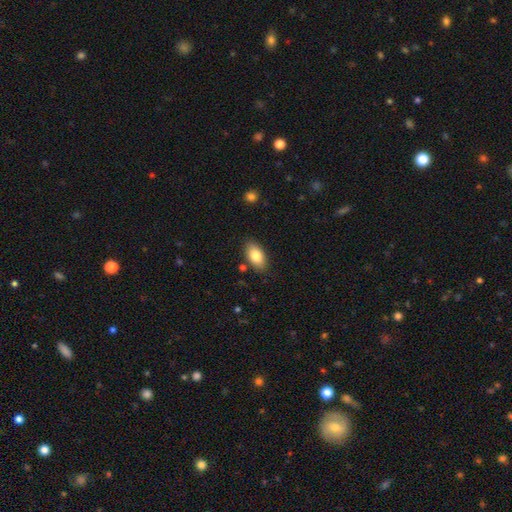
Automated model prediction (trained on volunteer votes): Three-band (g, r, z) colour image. It shows a smooth galaxy with no disk features (83%) that is in between round and cigar-shaped (92%). Merging: none (84%).